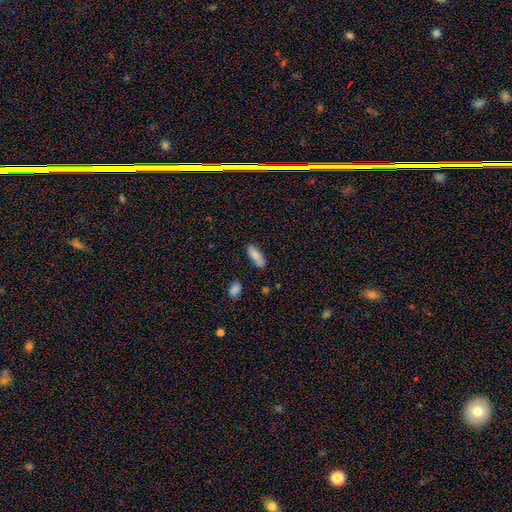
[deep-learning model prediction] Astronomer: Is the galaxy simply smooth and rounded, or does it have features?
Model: smooth — 84%.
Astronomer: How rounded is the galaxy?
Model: in between — 68%.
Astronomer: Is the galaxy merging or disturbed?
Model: none — 74%.